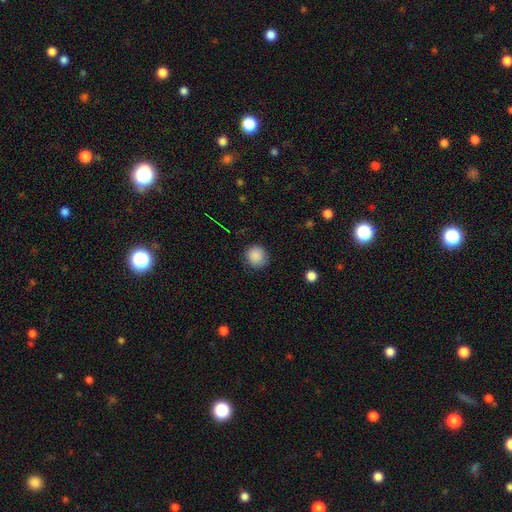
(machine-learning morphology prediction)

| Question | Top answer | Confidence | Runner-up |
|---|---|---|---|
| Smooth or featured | smooth | 87% | star or artifact (9%) |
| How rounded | round | 91% | in between (8%) |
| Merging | none | 84% | minor disturbance (12%) |